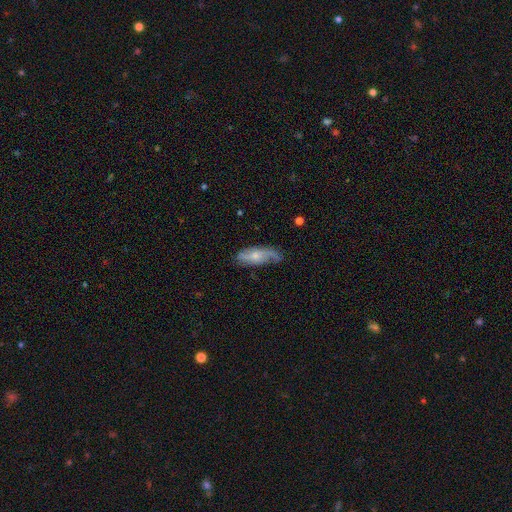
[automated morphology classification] This appears to be a featured or disk galaxy (58%). Merging: none (60%).